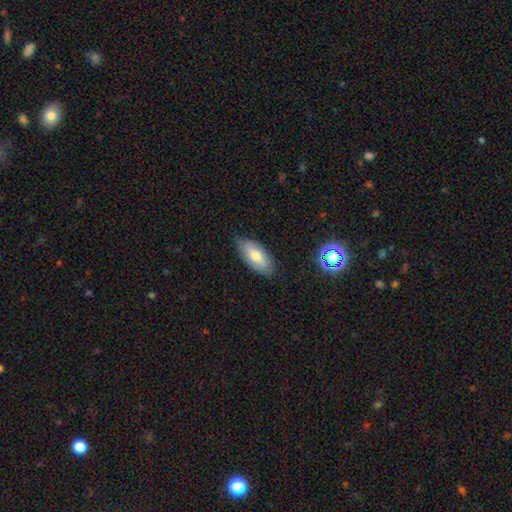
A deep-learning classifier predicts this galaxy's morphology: Overall: smooth (73%). How rounded: in between (89%). Merging: none (81%).